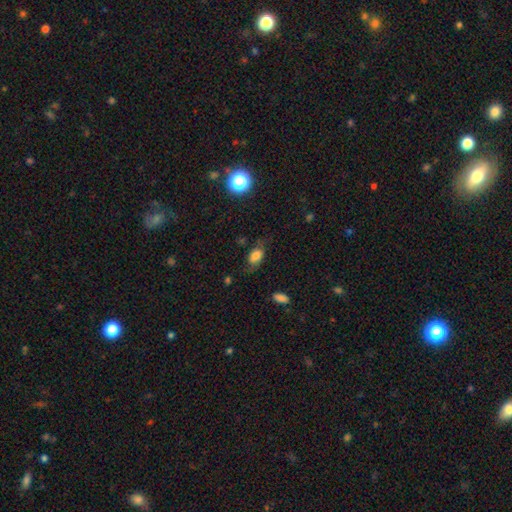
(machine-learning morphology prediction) type=smooth (70%); roundness=in between (86%); merging=none (58%).